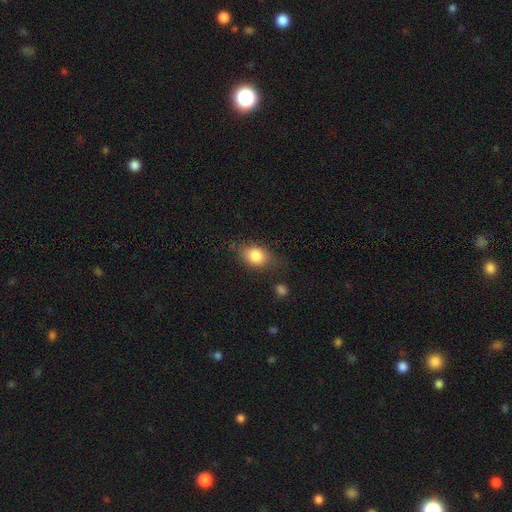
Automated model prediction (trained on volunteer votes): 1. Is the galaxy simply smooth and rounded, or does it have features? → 81% smooth, 10% featured or disk, 8% star or artifact.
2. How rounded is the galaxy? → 74% in between, 24% round, 3% cigar-shaped.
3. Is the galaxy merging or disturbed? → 67% none, 22% minor disturbance, 7% major disturbance, 4% merger.